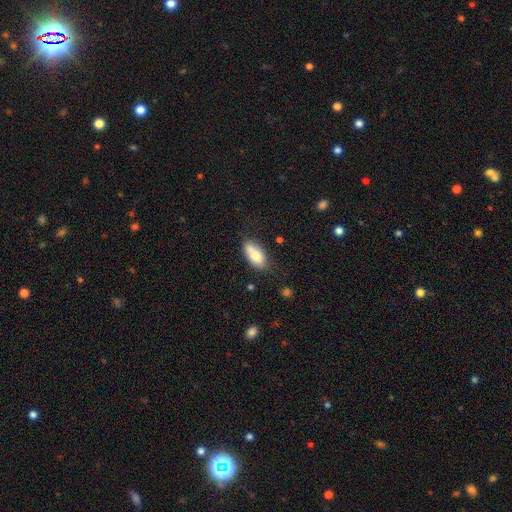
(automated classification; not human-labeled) This appears to be a smooth galaxy with no disk features (78%) that is in between round and cigar-shaped (87%). Merging: none (65%).